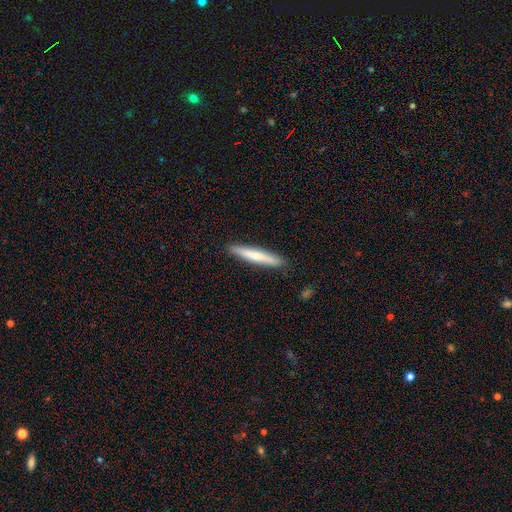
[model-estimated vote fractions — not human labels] Smooth or featured? Predicted: smooth (p=0.63). How rounded? Predicted: cigar-shaped (p=0.94). Merging? Predicted: none (p=0.90).